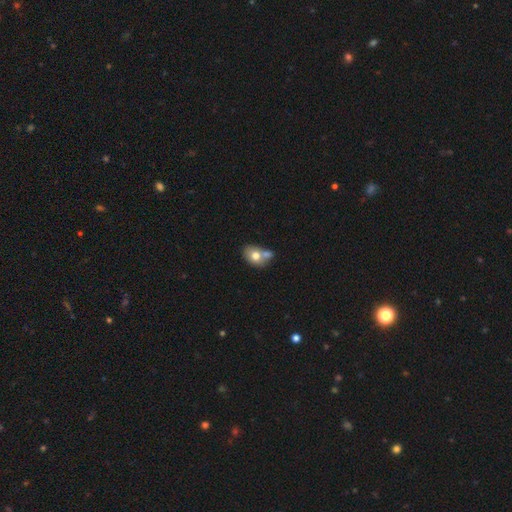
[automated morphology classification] The model was most divided on "merging": merger: 50%, none: 33%, minor disturbance: 12%, major disturbance: 4%. More confident: smooth or featured — smooth (73%); how rounded — in between (66%).